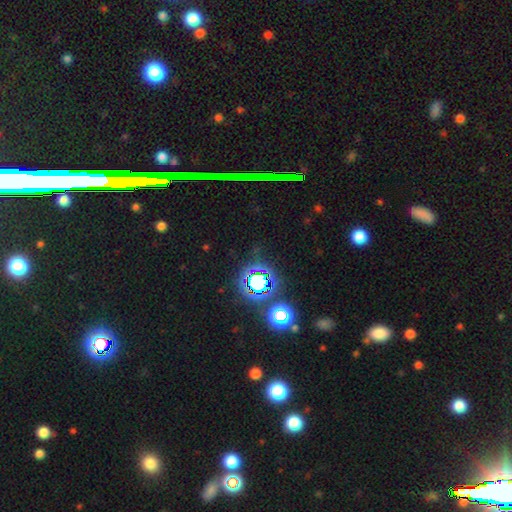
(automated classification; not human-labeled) smooth_or_featured: star or artifact (p=0.75) [alt: smooth p=0.14]